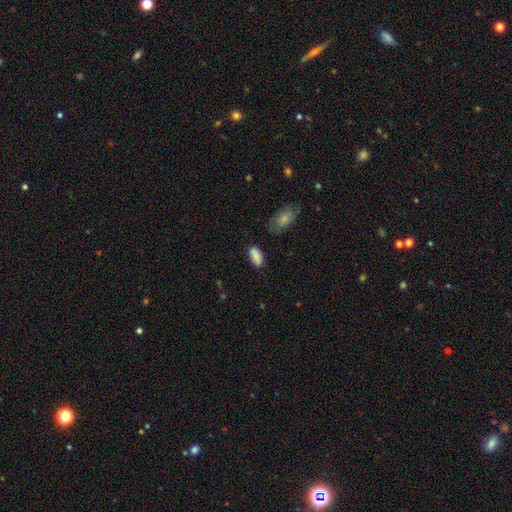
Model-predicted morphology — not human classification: Smooth or featured?
  - smooth: 84% *
  - star or artifact: 8%
  - featured or disk: 8%
How rounded?
  - in between: 91% *
  - cigar-shaped: 6%
  - round: 3%
Merging?
  - none: 73% *
  - minor disturbance: 18%
  - major disturbance: 4%
  - merger: 4%